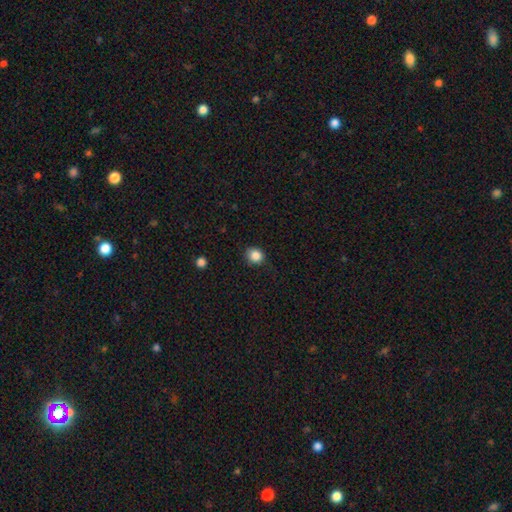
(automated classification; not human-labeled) This is clearly a smooth galaxy (85%). How rounded: likely round (75%). Merging: likely none (80%).